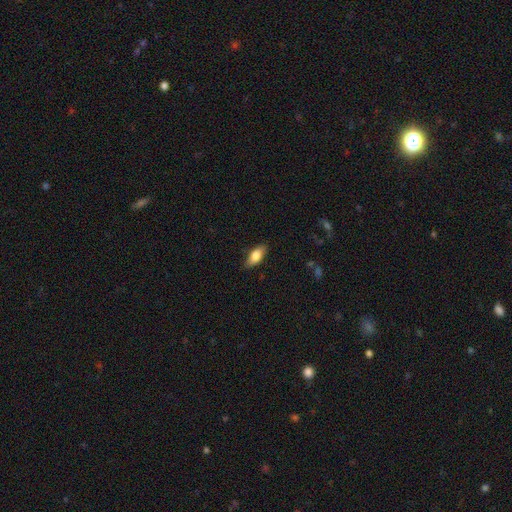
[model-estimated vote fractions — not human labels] This is likely a smooth galaxy (78%). How rounded: clearly in between (83%). Merging: clearly none (81%).